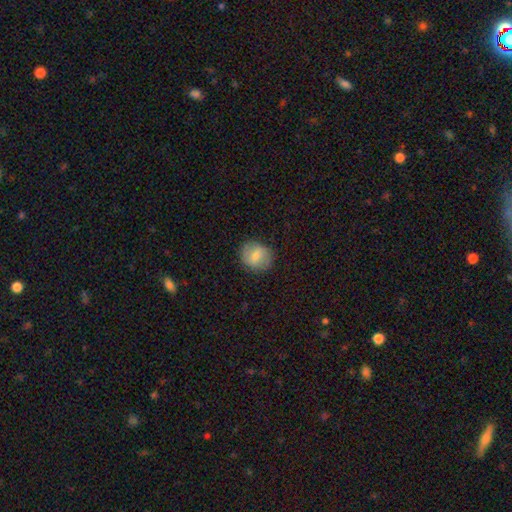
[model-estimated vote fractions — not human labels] This appears to be a smooth galaxy with no disk features (71%) that is round (75%). Merging: none (84%).